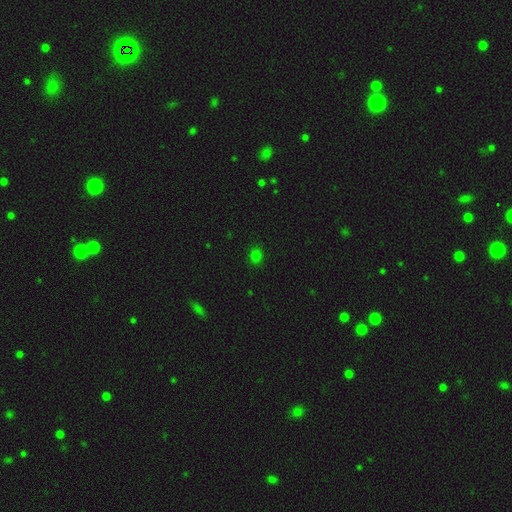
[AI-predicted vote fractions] Smooth or featured? Predicted: smooth (p=0.76). How rounded? Predicted: round (p=0.74). Merging? Predicted: none (p=0.89).